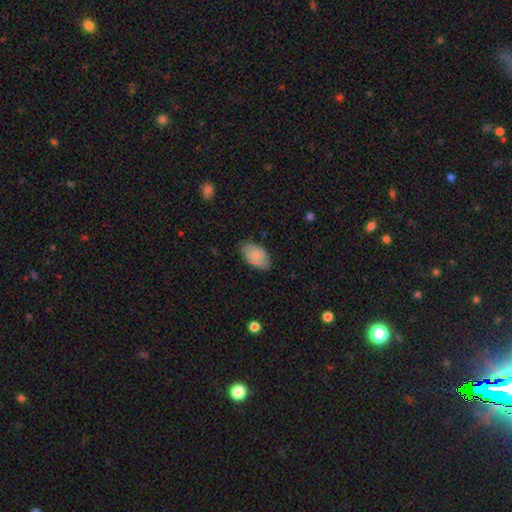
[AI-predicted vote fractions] smooth_or_featured: smooth (p=0.78) [alt: featured or disk p=0.15]
how_rounded: in between (p=0.94) [alt: round p=0.05]
merging: none (p=0.75) [alt: minor disturbance p=0.19]